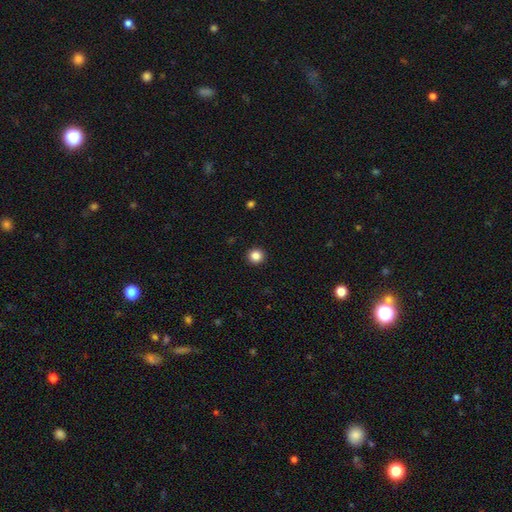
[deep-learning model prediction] Smooth or featured? Predicted: smooth (p=0.85). How rounded? Predicted: round (p=0.93). Merging? Predicted: none (p=0.93).